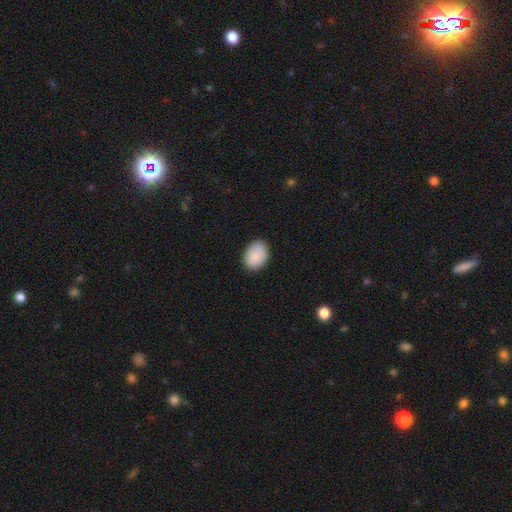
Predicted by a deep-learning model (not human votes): Smooth or featured: smooth — 89% (star or artifact — 7%)
How rounded: in between — 74% (round — 26%)
Merging: none — 83% (minor disturbance — 14%)